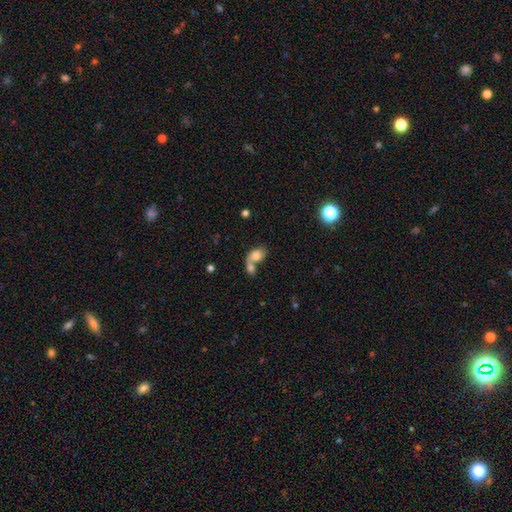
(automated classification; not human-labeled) A smooth galaxy with no disk features (72%) that is in between round and cigar-shaped (72%).

Vote fractions:
- Smooth or featured? smooth: 72% / featured or disk: 19% / star or artifact: 10%
- How rounded? in between: 72% / round: 26% / cigar-shaped: 2%
- Merging? merger: 65% / none: 19% / minor disturbance: 8% / major disturbance: 8%